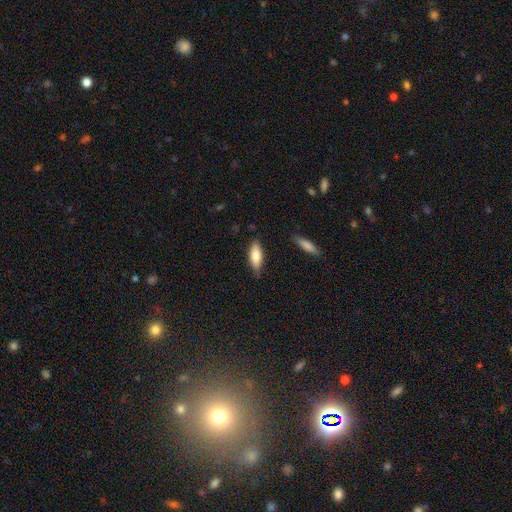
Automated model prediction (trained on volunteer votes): This appears to be a smooth galaxy with no disk features (77%) that is in between round and cigar-shaped (65%). Merging: none (77%).